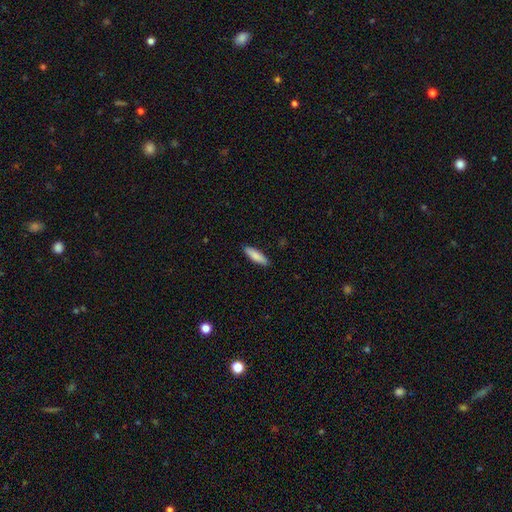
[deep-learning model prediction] Smooth or featured? smooth (86%)
How rounded? cigar-shaped (66%)
Merging? none (89%)